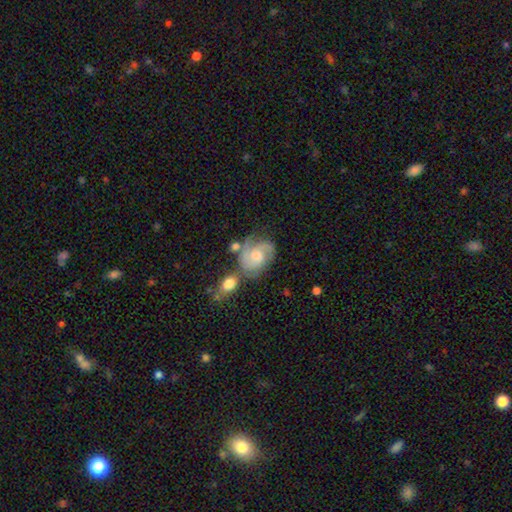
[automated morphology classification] Smooth or featured? featured or disk (76%)
Edge-on disk? no (97%)
Bar? no (58%)
Spiral arms? yes (94%)
Spiral winding? medium (45%)
Spiral arm count? 2 (66%)
Bulge size? moderate (49%)
Merging? none (49%)